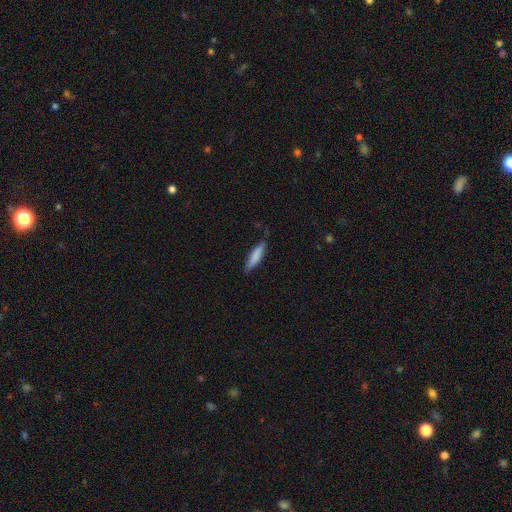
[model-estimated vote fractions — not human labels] Morphology: type=smooth (81%); roundness=cigar-shaped (78%); merging=none (77%).